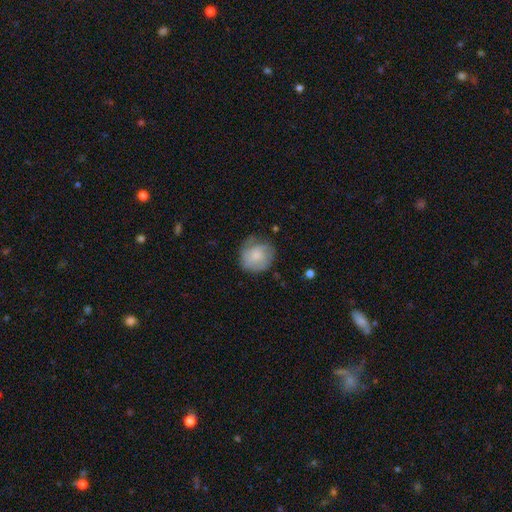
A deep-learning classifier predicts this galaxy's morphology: Smooth or featured: smooth — 63% (featured or disk — 30%)
How rounded: round — 84% (in between — 15%)
Merging: none — 63% (minor disturbance — 25%)